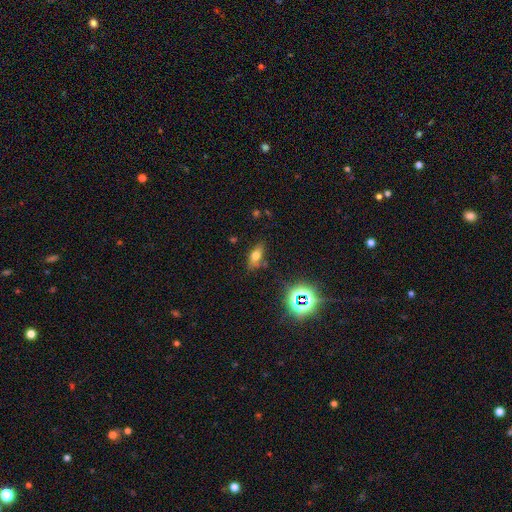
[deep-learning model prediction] Morphology: type=smooth (65%); roundness=in between (80%); merging=none (76%).